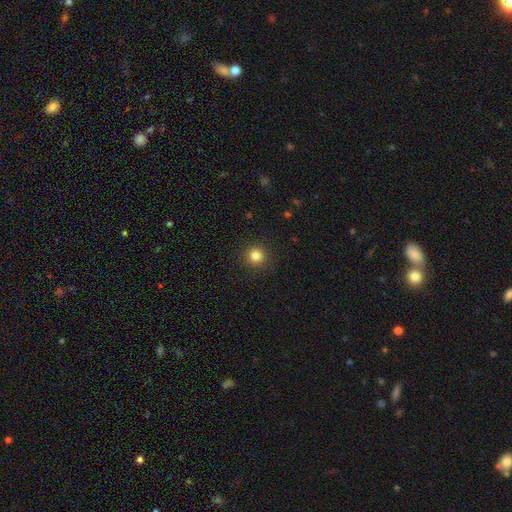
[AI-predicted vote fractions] A smooth galaxy with no disk features (83%) that is round (95%).

Vote fractions:
- Smooth or featured? smooth: 83% / star or artifact: 12% / featured or disk: 5%
- How rounded? round: 95% / in between: 4% / cigar-shaped: 1%
- Merging? none: 92% / minor disturbance: 5% / major disturbance: 2% / merger: 1%